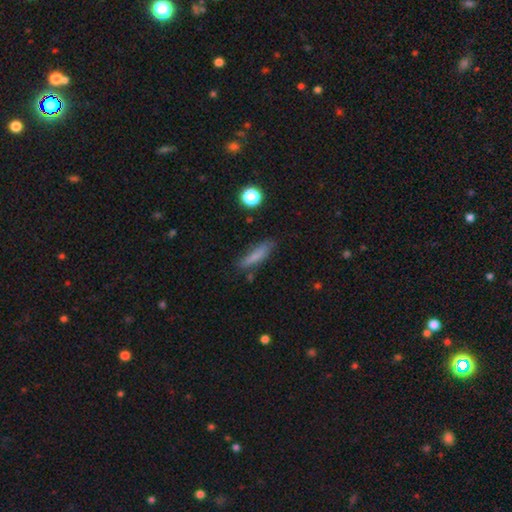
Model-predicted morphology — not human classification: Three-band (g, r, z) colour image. It shows a smooth galaxy with no disk features (75%) that is cigar-shaped (77%). Merging: none (72%).